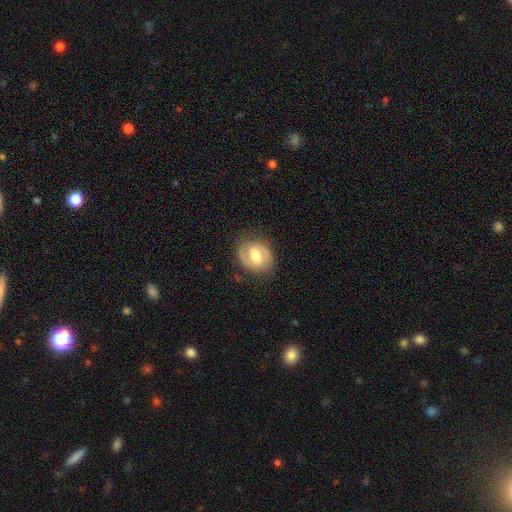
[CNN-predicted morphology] Smooth or featured? featured or disk (67%)
Edge-on disk? no (97%)
Bar? weak (51%)
Spiral arms? yes (81%)
Spiral winding? medium (45%)
Spiral arm count? 2 (83%)
Bulge size? moderate (67%)
Merging? none (79%)